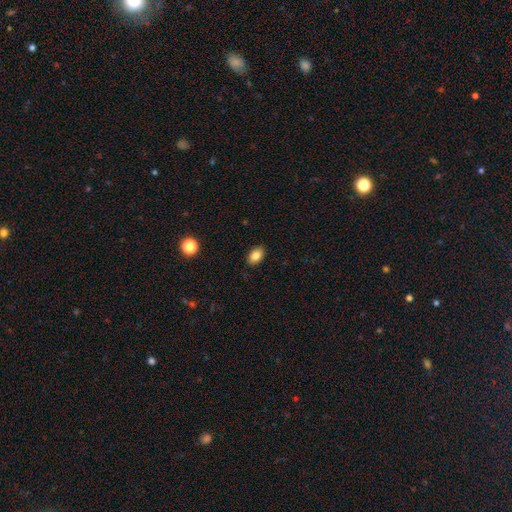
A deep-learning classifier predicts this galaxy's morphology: smooth-or-featured: smooth: 84% | star or artifact: 9% | featured or disk: 7%
  how-rounded: in between: 87% | round: 11% | cigar-shaped: 1%
  merging: none: 89% | minor disturbance: 8% | major disturbance: 2% | merger: 1%